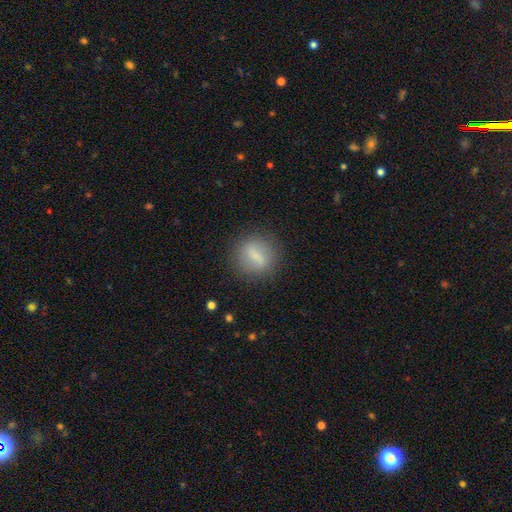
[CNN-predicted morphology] Overall: smooth (62%; featured or disk 28%). How rounded: round (64%; in between 29%). Merging: none (82%).